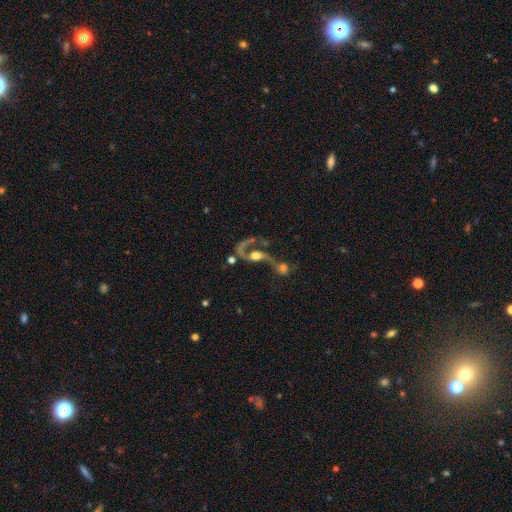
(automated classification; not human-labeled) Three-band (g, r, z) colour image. It shows a featured or disk galaxy (74%) with no bar (62%), 2 (61%) loose (73%) spiral arms (82%) and a moderate central bulge (51%). Merging: merger (56%).